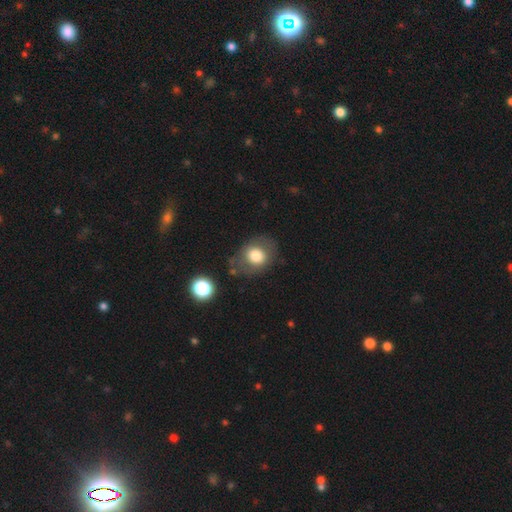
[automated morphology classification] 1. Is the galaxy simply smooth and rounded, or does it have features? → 75% smooth, 16% featured or disk, 9% star or artifact.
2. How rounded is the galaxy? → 57% round, 42% in between, 1% cigar-shaped.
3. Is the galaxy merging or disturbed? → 71% none, 17% minor disturbance, 8% major disturbance, 3% merger.